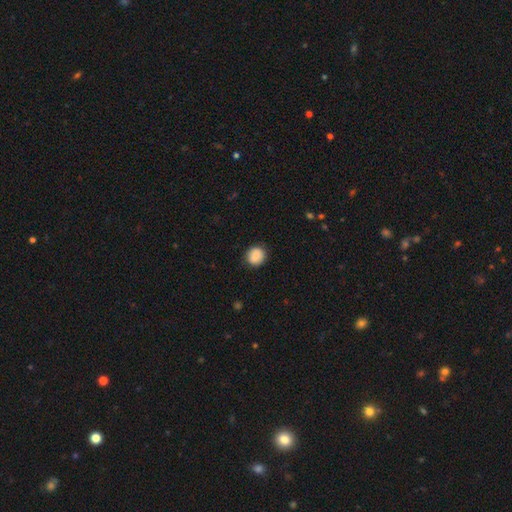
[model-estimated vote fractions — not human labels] This is clearly a smooth galaxy (87%). How rounded: clearly round (86%). Merging: clearly none (87%).